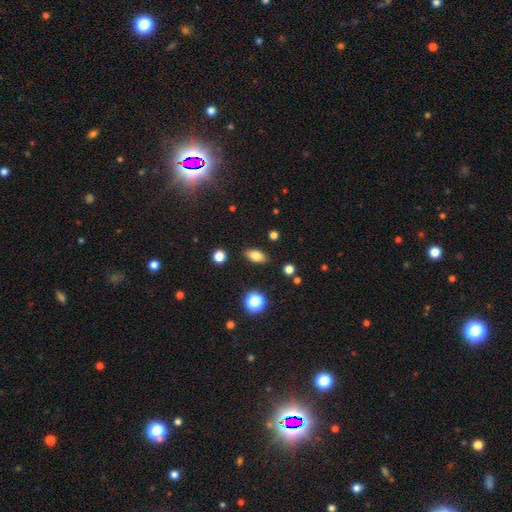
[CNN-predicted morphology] Smooth or featured: smooth — 78% (featured or disk — 12%)
How rounded: in between — 85% (round — 8%)
Merging: none — 87% (minor disturbance — 9%)